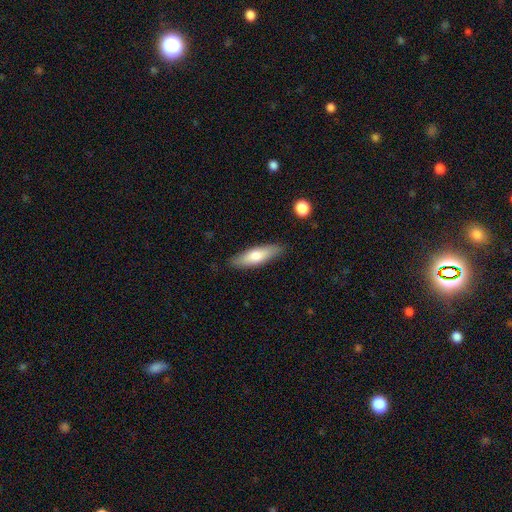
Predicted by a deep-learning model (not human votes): A smooth galaxy with no disk features (70%) that is cigar-shaped (55%).

Vote fractions:
- Smooth or featured? smooth: 70% / featured or disk: 25% / star or artifact: 6%
- How rounded? cigar-shaped: 55% / in between: 43% / round: 2%
- Merging? none: 85% / minor disturbance: 11% / major disturbance: 2% / merger: 1%